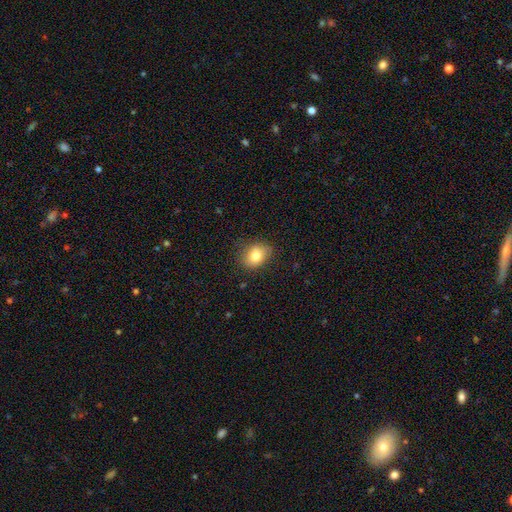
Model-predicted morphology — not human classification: This appears to be a smooth galaxy with no disk features (80%) that is in between round and cigar-shaped (56%). Merging: none (77%).